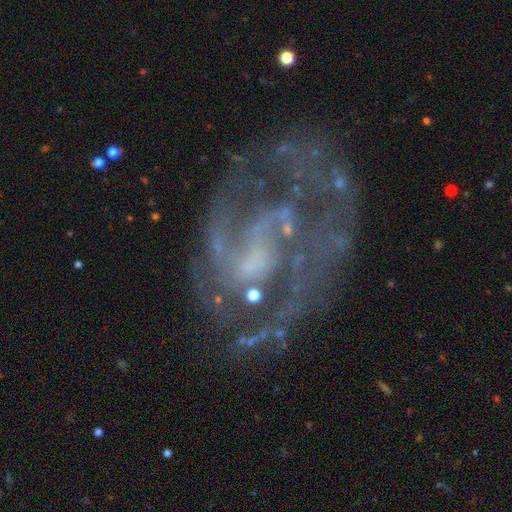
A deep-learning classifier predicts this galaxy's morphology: Smooth or featured? Predicted: featured or disk (p=0.83). Edge-on disk? Predicted: no (p=0.98). Bar? Predicted: no (p=0.59). Spiral arms? Predicted: yes (p=0.77). Spiral winding? Predicted: medium (p=0.42). Spiral arm count? Predicted: 2 (p=0.39). Bulge size? Predicted: none (p=0.50). Merging? Predicted: none (p=0.51).